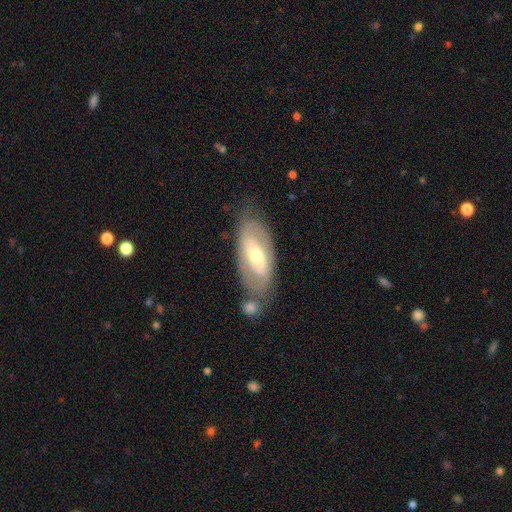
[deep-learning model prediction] smooth_or_featured: featured or disk (p=0.67) [alt: smooth p=0.28]
disk_edge_on: no (p=0.88) [alt: yes p=0.12]
bar: weak (p=0.35) [tied with: no p=0.35]
has_spiral_arms: yes (p=0.55) [alt: no p=0.45]
bulge_size: moderate (p=0.59) [alt: small p=0.34]
merging: none (p=0.67) [alt: minor disturbance p=0.17]